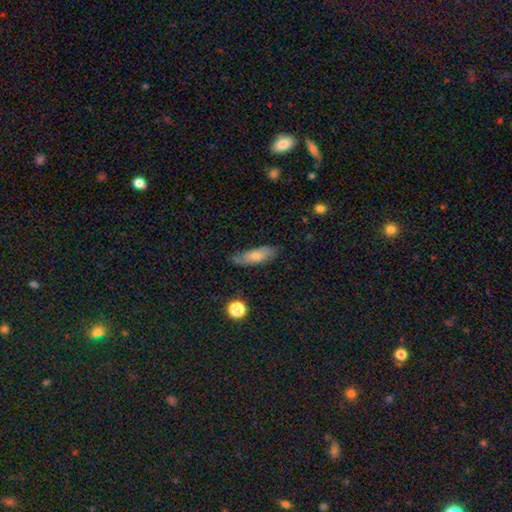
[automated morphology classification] smooth 60%, featured or disk 32%, star or artifact 8%. Down the decision tree: how rounded — in between (58%); merging — none (69%).